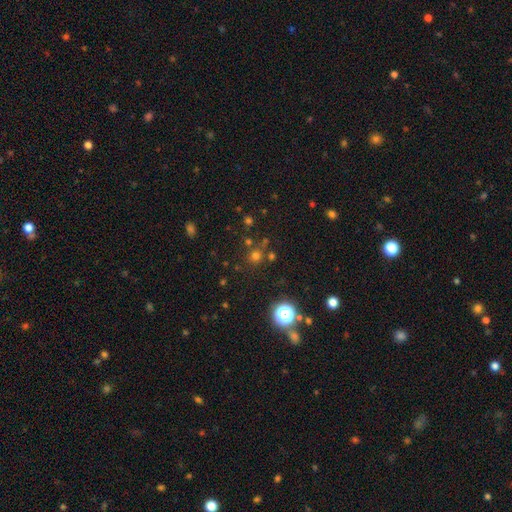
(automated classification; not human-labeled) This is likely a smooth galaxy (61%). How rounded: clearly round (91%). Merging: likely none (74%).